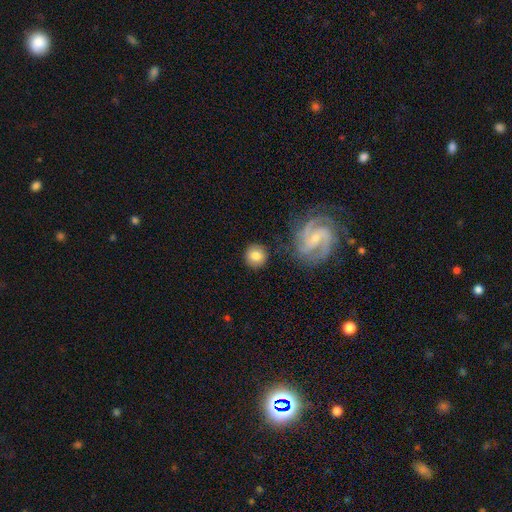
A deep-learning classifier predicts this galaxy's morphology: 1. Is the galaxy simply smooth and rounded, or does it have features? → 69% smooth, 23% featured or disk, 7% star or artifact.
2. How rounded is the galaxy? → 91% round, 8% in between, 1% cigar-shaped.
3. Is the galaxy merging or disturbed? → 83% none, 9% minor disturbance, 4% merger, 3% major disturbance.